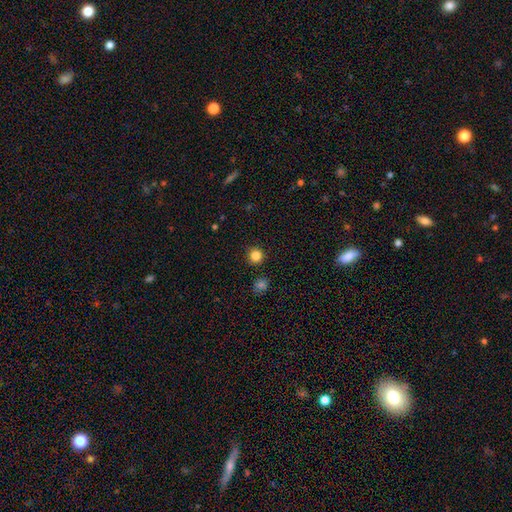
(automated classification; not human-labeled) Smooth or featured: smooth — 84% (star or artifact — 12%)
How rounded: round — 95% (in between — 4%)
Merging: none — 92% (minor disturbance — 5%)